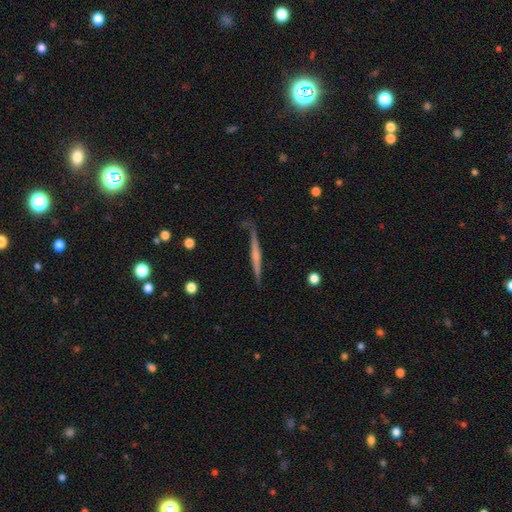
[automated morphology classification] Smooth or featured? Predicted: featured or disk (p=0.63). Edge-on disk? Predicted: yes (p=0.96). Edge-on bulge? Predicted: rounded (p=0.46). Merging? Predicted: none (p=0.77).